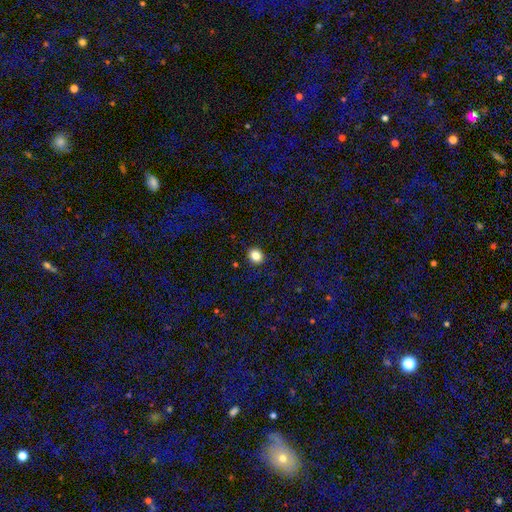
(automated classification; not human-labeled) A smooth galaxy with no disk features (84%) that is round (74%). Merging: none (89%).